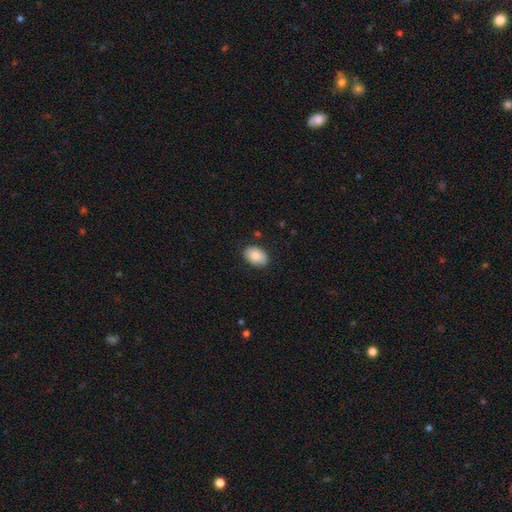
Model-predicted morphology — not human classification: A smooth galaxy with no disk features (87%) that is in between round and cigar-shaped (87%).

Vote fractions:
- Smooth or featured? smooth: 87% / star or artifact: 7% / featured or disk: 7%
- How rounded? in between: 87% / round: 12% / cigar-shaped: 1%
- Merging? none: 86% / minor disturbance: 11% / major disturbance: 2% / merger: 1%